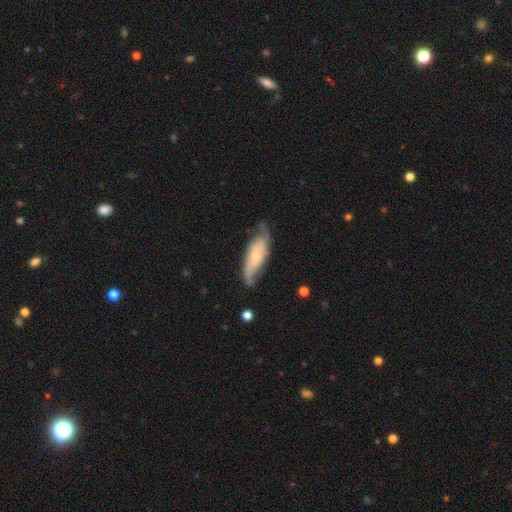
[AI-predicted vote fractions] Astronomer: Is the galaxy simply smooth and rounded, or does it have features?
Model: featured or disk — 70%.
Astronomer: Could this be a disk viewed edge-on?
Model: no — 85%.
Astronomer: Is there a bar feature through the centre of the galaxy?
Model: no — 63%.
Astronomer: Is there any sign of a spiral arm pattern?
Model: yes — 91%.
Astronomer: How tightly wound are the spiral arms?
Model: medium — 40% (runner-up: tight, 33%).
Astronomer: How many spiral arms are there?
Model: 2 — 74%.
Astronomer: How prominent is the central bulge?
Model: small — 67%.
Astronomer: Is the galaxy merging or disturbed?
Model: none — 68%.